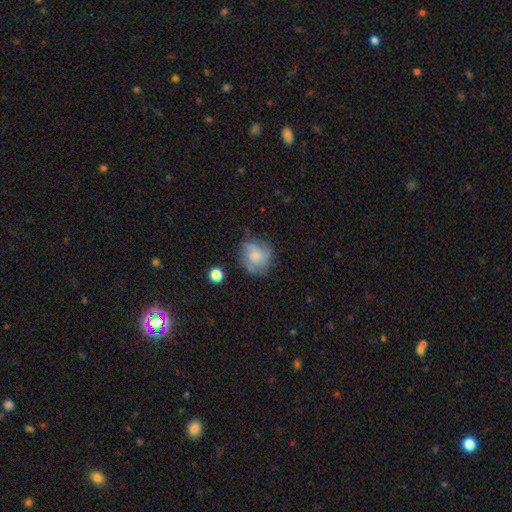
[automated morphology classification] This appears to be a featured or disk galaxy (51%). Merging: none (66%).